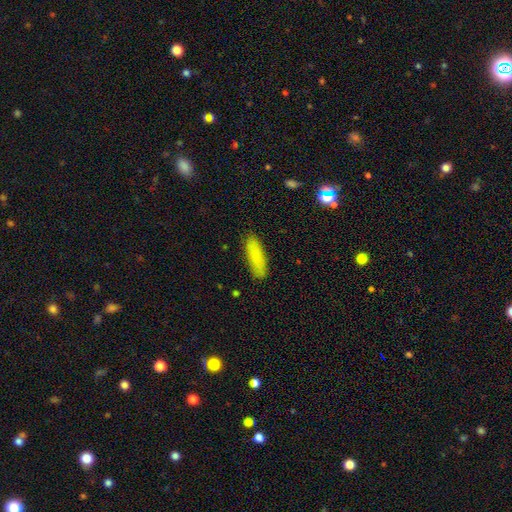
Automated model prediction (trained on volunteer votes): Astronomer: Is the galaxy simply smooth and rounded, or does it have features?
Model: smooth — 82%.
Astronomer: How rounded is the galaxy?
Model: cigar-shaped — 51% (runner-up: in between, 47%).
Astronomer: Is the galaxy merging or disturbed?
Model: none — 87%.